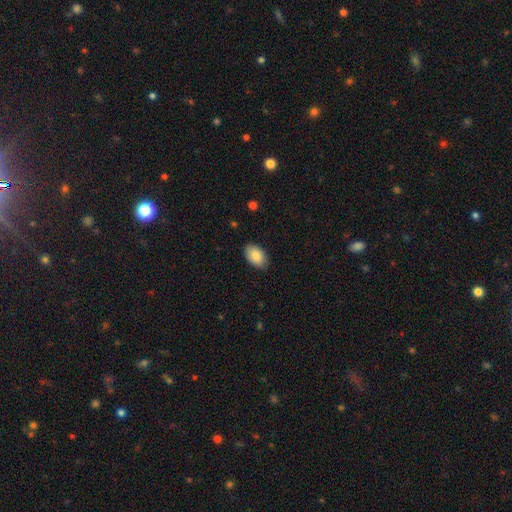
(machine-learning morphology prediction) A smooth galaxy with no disk features (87%) that is in between round and cigar-shaped (93%).

Vote fractions:
- Smooth or featured? smooth: 87% / star or artifact: 6% / featured or disk: 6%
- How rounded? in between: 93% / round: 6% / cigar-shaped: 1%
- Merging? none: 86% / minor disturbance: 11% / major disturbance: 2% / merger: 1%